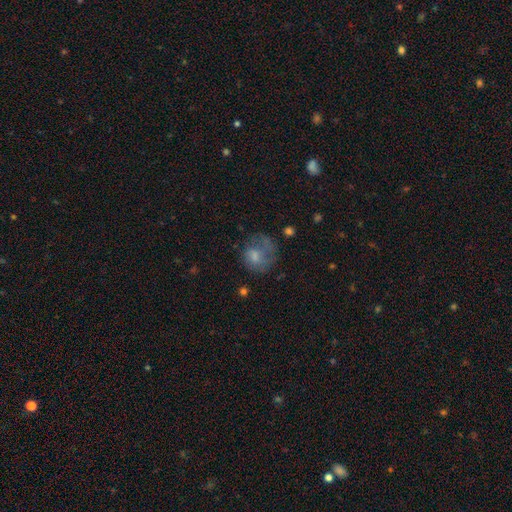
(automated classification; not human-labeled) Morphology: type=smooth (58%); roundness=round (67%); merging=none (38%).